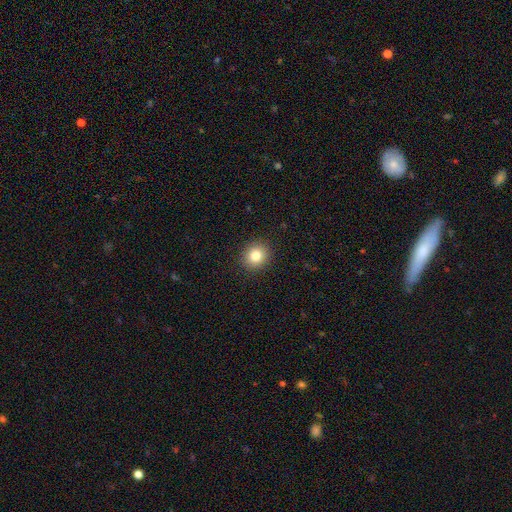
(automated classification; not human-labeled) Smooth or featured?
  - smooth: 83% *
  - star or artifact: 11%
  - featured or disk: 7%
How rounded?
  - round: 82% *
  - in between: 17%
  - cigar-shaped: 1%
Merging?
  - none: 91% *
  - minor disturbance: 6%
  - major disturbance: 2%
  - merger: 1%